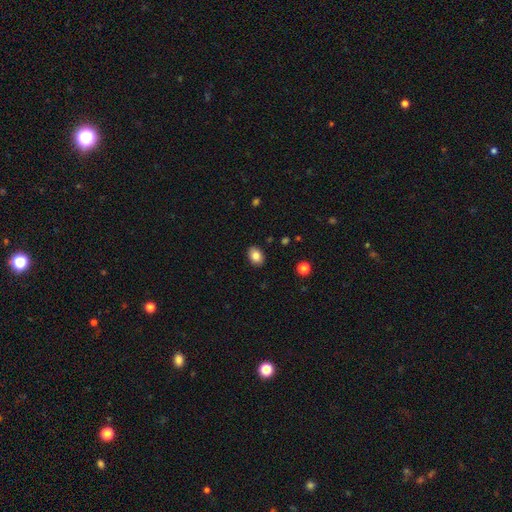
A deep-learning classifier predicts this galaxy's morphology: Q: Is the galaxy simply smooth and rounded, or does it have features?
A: smooth — 84%.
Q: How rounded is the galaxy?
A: in between — 74%.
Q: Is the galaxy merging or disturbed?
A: none — 89%.